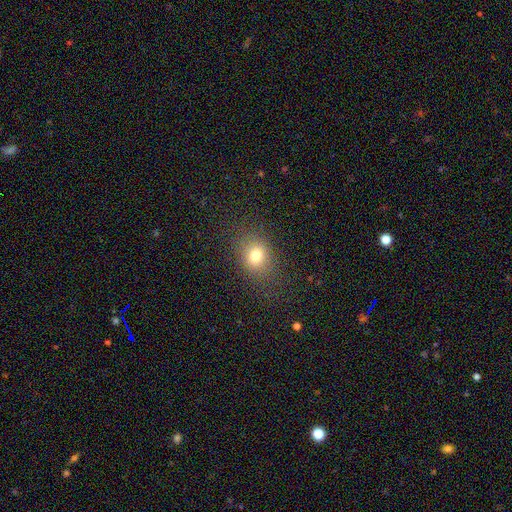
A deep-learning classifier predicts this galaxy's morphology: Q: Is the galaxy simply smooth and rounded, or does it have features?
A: smooth — 76%.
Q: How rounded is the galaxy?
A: round — 50%.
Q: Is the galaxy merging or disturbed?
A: none — 82%.